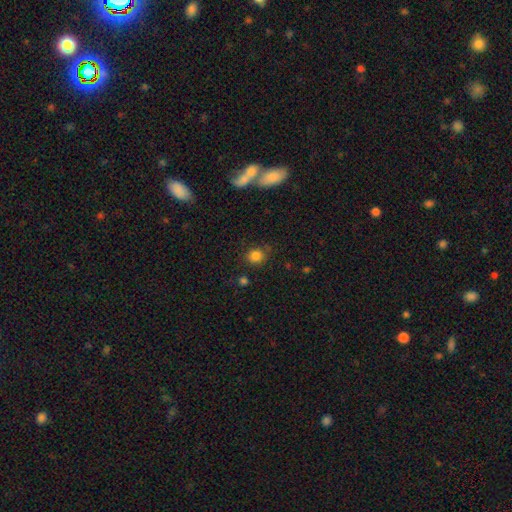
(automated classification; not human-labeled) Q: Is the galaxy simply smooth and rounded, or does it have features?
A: smooth — 82%.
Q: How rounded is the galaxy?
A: round — 84%.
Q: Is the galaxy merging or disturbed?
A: none — 79%.